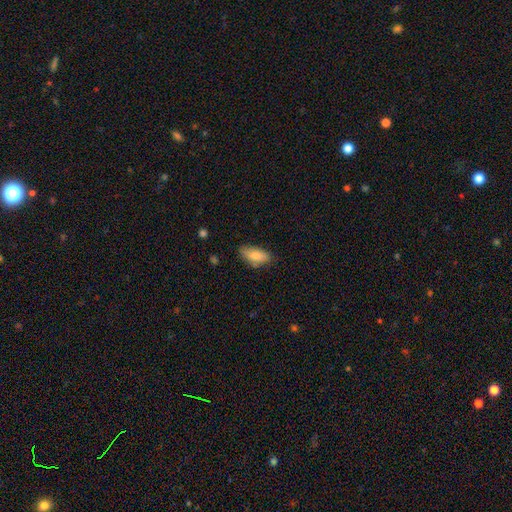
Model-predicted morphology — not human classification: Smooth or featured: smooth — 81% (featured or disk — 12%)
How rounded: in between — 87% (cigar-shaped — 10%)
Merging: none — 67% (minor disturbance — 26%)